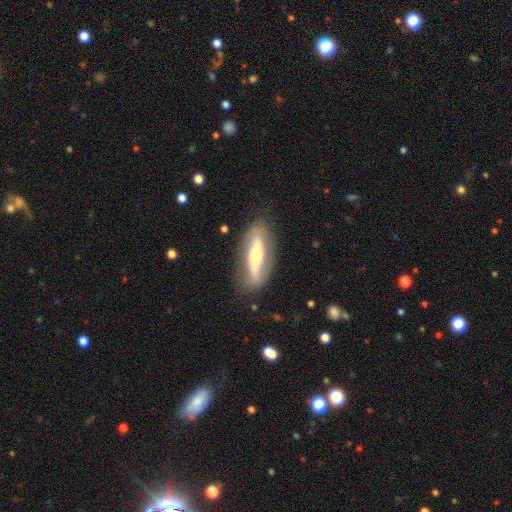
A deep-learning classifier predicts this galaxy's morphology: Smooth or featured? featured or disk (62%)
Edge-on disk? no (54%)
Merging? none (80%)